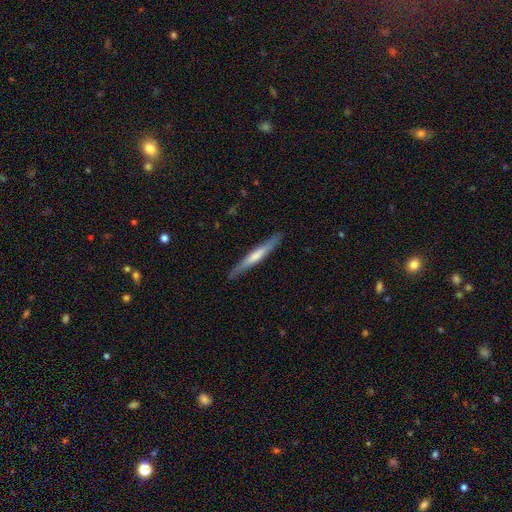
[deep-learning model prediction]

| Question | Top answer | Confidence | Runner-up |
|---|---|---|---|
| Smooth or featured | smooth | 50% | featured or disk (45%) |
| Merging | none | 87% | minor disturbance (10%) |